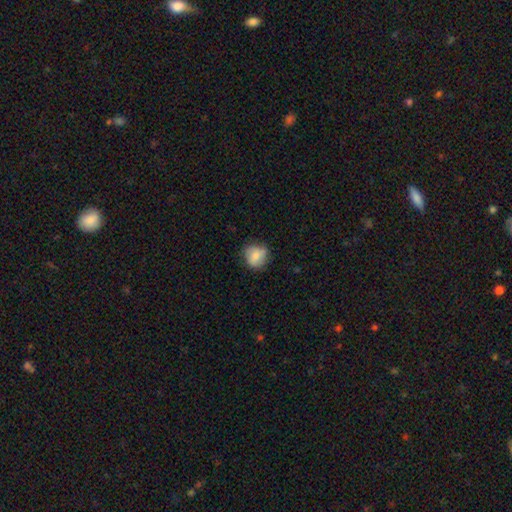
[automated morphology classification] The model was most divided on "merging": none: 72%, minor disturbance: 21%, major disturbance: 5%, merger: 1%. More confident: how rounded — round (80%); smooth or featured — smooth (78%).